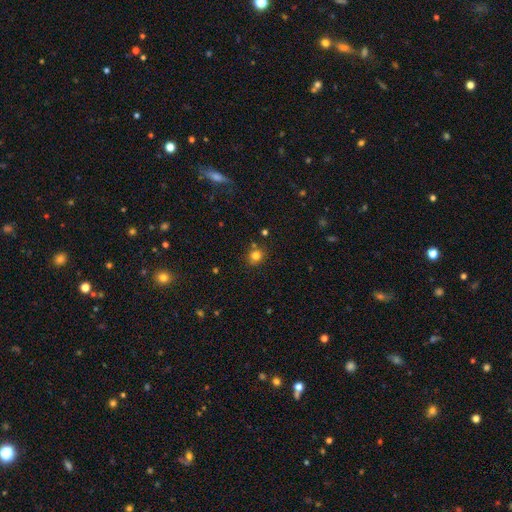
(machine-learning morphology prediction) smooth-or-featured: smooth: 78% | star or artifact: 15% | featured or disk: 7%
  how-rounded: round: 82% | in between: 17% | cigar-shaped: 1%
  merging: none: 77% | minor disturbance: 12% | merger: 8% | major disturbance: 3%